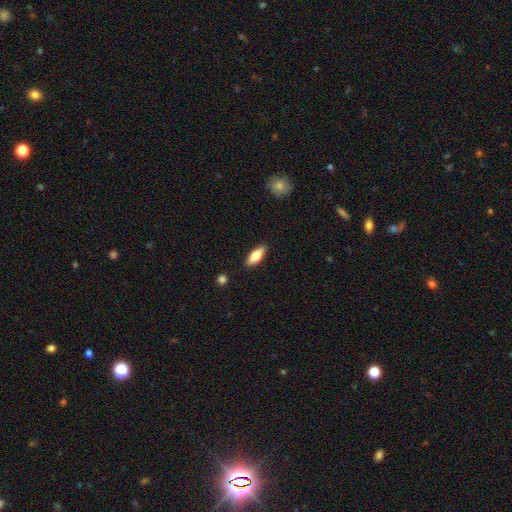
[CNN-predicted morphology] smooth-or-featured: smooth: 69% | featured or disk: 25% | star or artifact: 6%
  how-rounded: in between: 69% | cigar-shaped: 29% | round: 2%
  merging: none: 89% | minor disturbance: 8% | major disturbance: 2% | merger: 1%